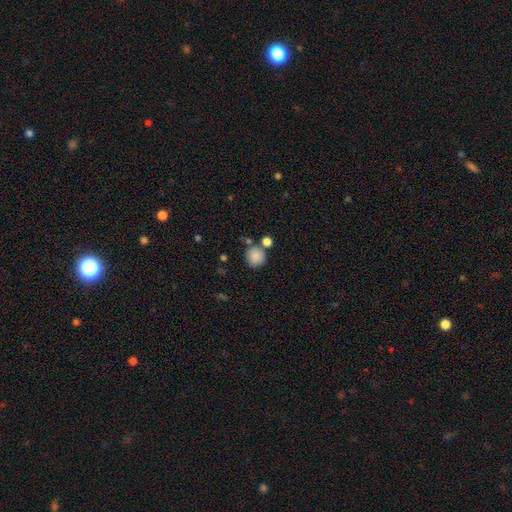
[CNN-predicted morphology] Overall: smooth (86%). How rounded: round (91%). Merging: none (70%).